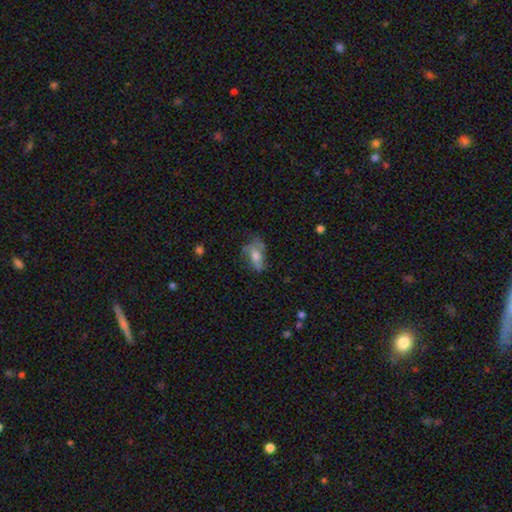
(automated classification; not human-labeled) The model was most divided on "smooth or featured": featured or disk: 45%, smooth: 44%, star or artifact: 11%. Remaining: merging — none (43%).